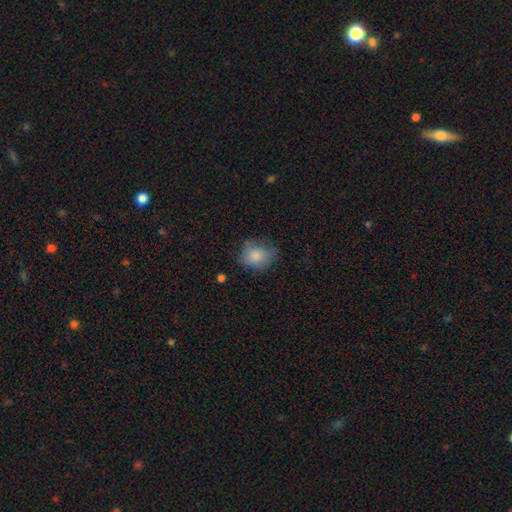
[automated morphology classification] Smooth or featured? smooth (79%)
How rounded? round (54%)
Merging? none (52%)